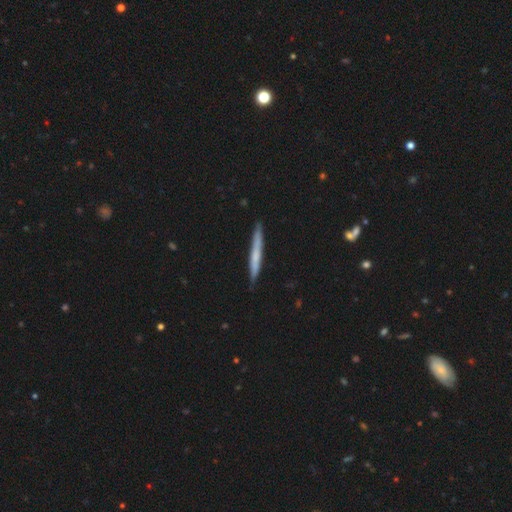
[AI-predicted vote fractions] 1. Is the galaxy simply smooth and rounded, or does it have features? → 54% smooth, 40% featured or disk, 6% star or artifact.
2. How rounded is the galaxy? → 96% cigar-shaped, 2% in between, 1% round.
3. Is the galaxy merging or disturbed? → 88% none, 10% minor disturbance, 1% major disturbance, 1% merger.